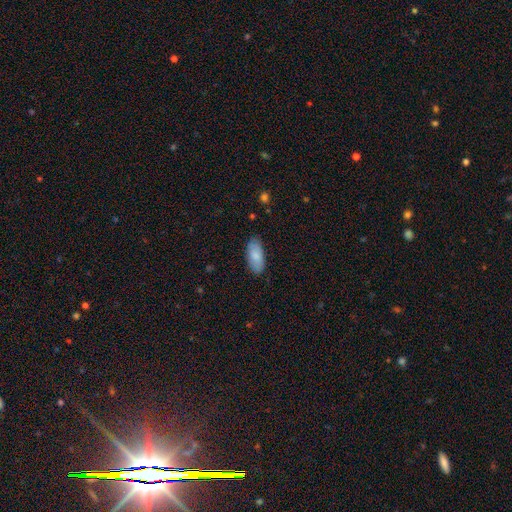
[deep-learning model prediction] smooth-or-featured: smooth: 84% | featured or disk: 10% | star or artifact: 6%
  how-rounded: in between: 89% | cigar-shaped: 9% | round: 2%
  merging: none: 85% | minor disturbance: 11% | major disturbance: 2% | merger: 1%